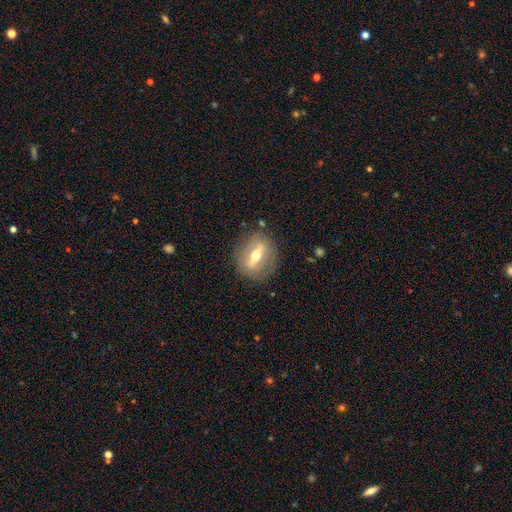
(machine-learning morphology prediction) Q: Smooth or featured?
A: featured or disk (67%); runner-up: smooth (25%)
Q: Edge-on disk?
A: no (55%); runner-up: yes (45%)
Q: Merging?
A: none (83%); runner-up: minor disturbance (11%)